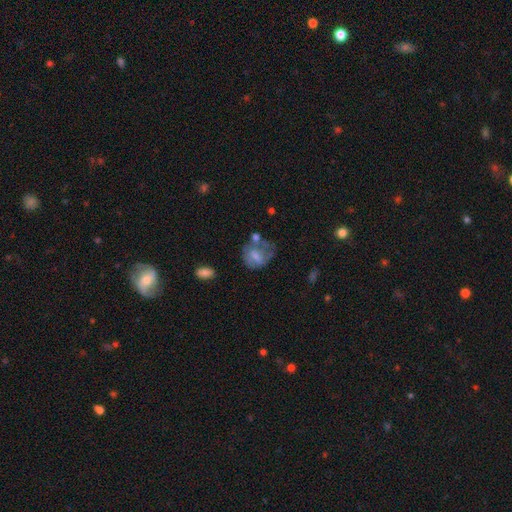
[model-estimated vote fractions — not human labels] smooth-or-featured: smooth: 50% | featured or disk: 41% | star or artifact: 9%
  merging: none: 34% | major disturbance: 26% | minor disturbance: 25% | merger: 15%